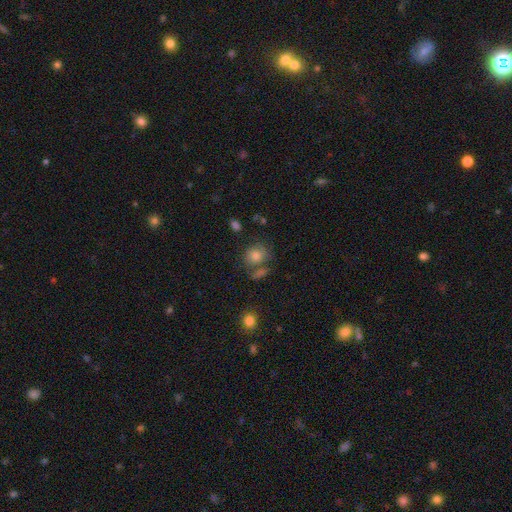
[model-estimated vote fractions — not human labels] A smooth galaxy with no disk features (70%) that is round (69%). Merging: none (54%).